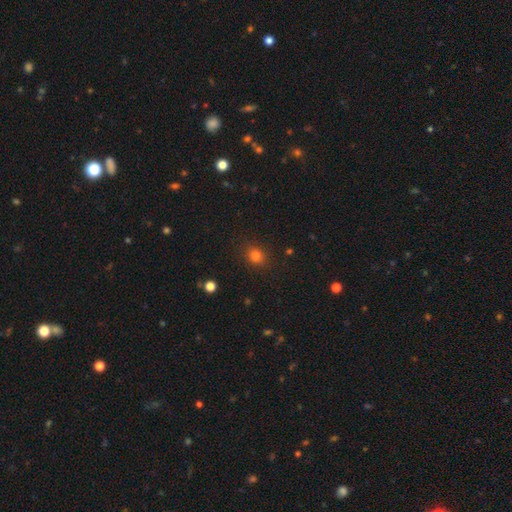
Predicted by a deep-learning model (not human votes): This appears to be a smooth galaxy with no disk features (80%) that is round (65%). Merging: none (83%).